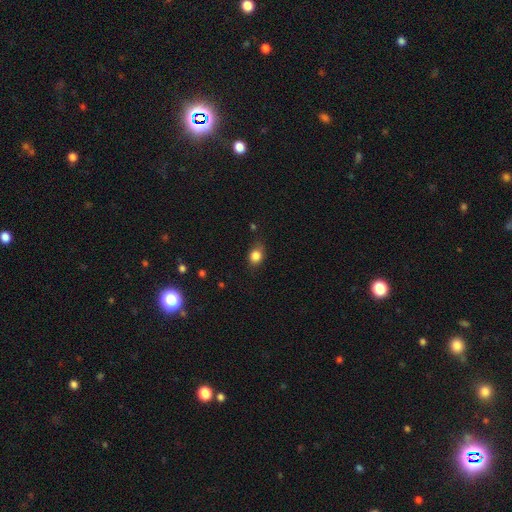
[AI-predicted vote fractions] Morphology: type=smooth (82%); roundness=in between (50%); merging=none (70%).